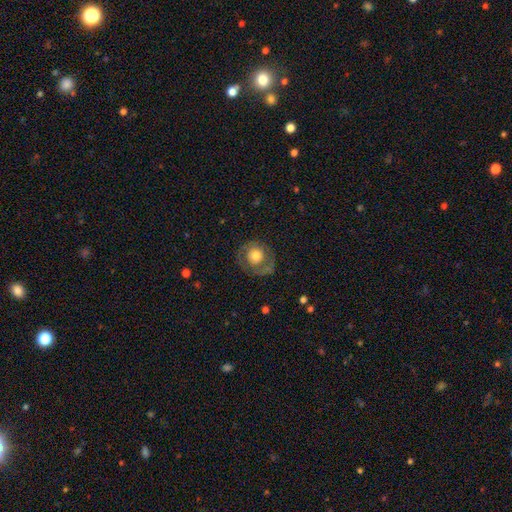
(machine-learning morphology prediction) This appears to be a smooth galaxy with no disk features (53%) that is round (84%). Merging: none (72%).